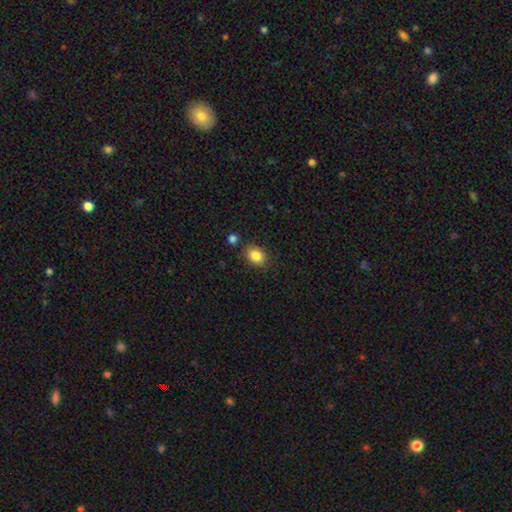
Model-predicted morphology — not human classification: smooth 85%, star or artifact 9%, featured or disk 6%. Down the decision tree: how rounded — in between (64%); merging — none (82%).